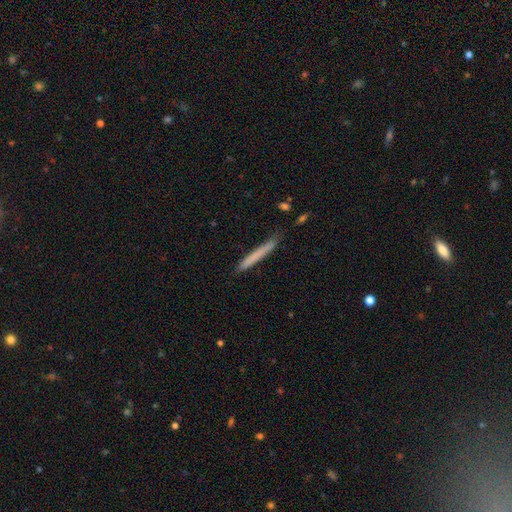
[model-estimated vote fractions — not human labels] smooth-or-featured: smooth: 70% | featured or disk: 24% | star or artifact: 6%
  how-rounded: cigar-shaped: 97% | in between: 2% | round: 1%
  merging: none: 85% | minor disturbance: 12% | major disturbance: 2% | merger: 2%